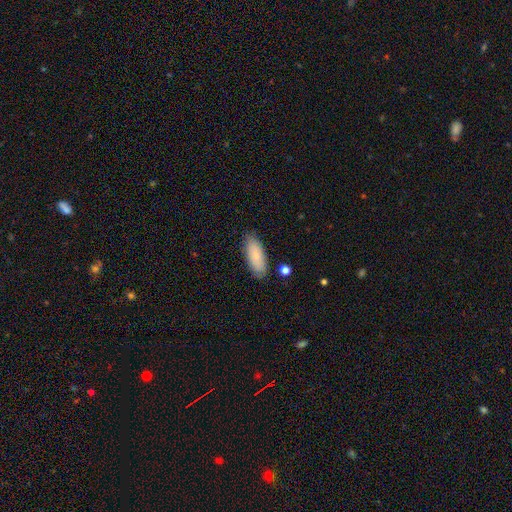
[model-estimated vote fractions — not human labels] A smooth galaxy with no disk features (81%) that is in between round and cigar-shaped (76%). Merging: none (82%).